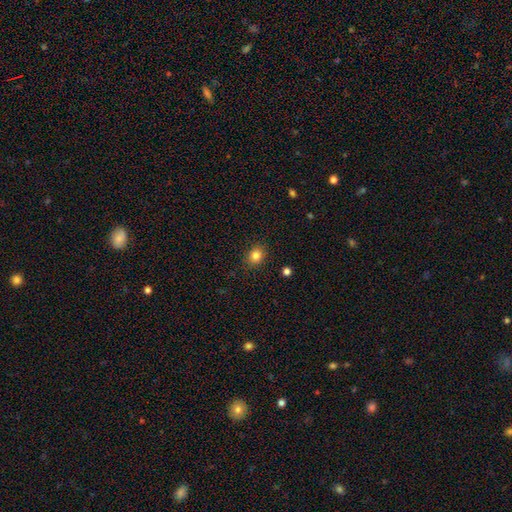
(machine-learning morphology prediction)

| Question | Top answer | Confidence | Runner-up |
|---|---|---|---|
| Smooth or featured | smooth | 84% | star or artifact (11%) |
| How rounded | round | 60% | in between (39%) |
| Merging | none | 88% | minor disturbance (9%) |